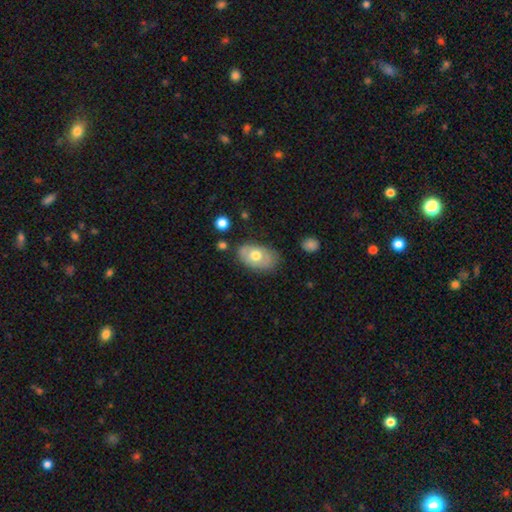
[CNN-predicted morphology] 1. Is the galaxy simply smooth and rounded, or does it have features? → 58% smooth, 35% featured or disk, 7% star or artifact.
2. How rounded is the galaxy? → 88% in between, 11% round, 1% cigar-shaped.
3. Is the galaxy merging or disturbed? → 71% none, 21% minor disturbance, 6% major disturbance, 3% merger.